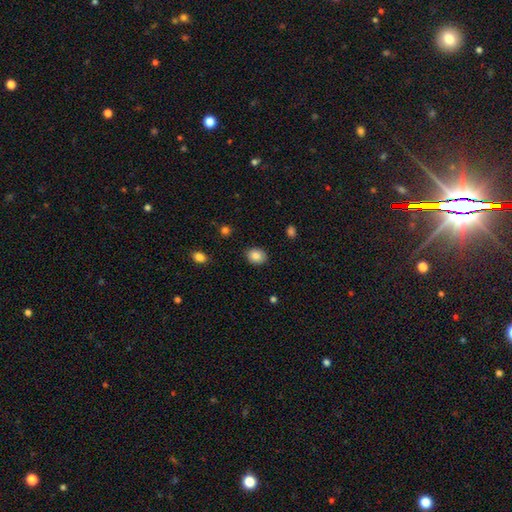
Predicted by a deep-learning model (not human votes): Smooth or featured: smooth — 86% (star or artifact — 9%)
How rounded: round — 51% (in between — 48%)
Merging: none — 87% (minor disturbance — 9%)